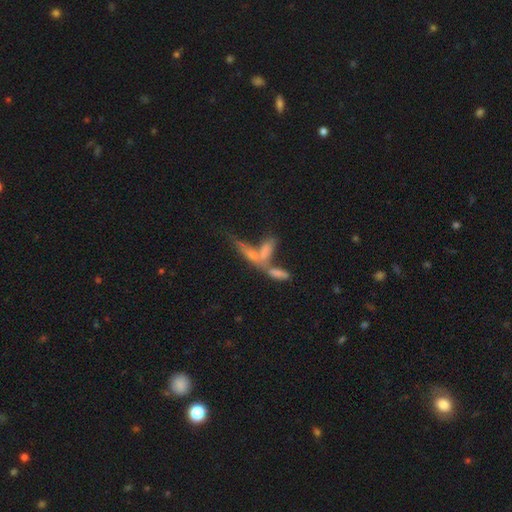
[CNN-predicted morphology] A featured or disk galaxy (44%).

Vote fractions:
- Smooth or featured? featured or disk: 44% / smooth: 40% / star or artifact: 16%
- Merging? merger: 64% / none: 18% / major disturbance: 11% / minor disturbance: 7%